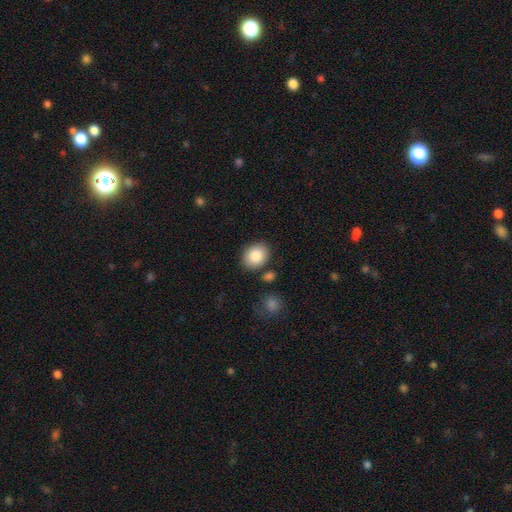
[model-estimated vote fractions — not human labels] Q: Smooth or featured?
A: smooth (87%); runner-up: star or artifact (7%)
Q: How rounded?
A: in between (50%); runner-up: round (49%)
Q: Merging?
A: none (81%); runner-up: minor disturbance (11%)